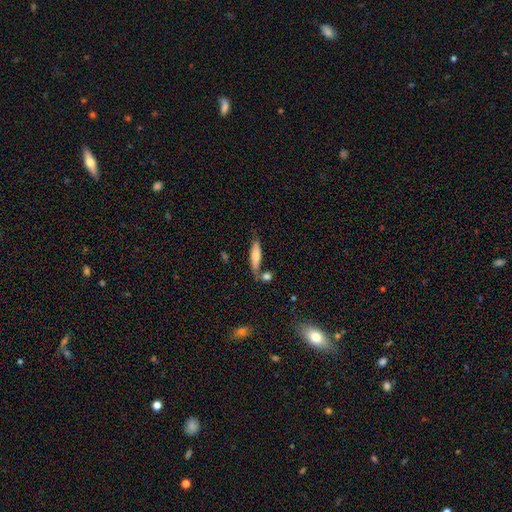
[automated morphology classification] Smooth or featured: smooth — 68% (featured or disk — 26%)
How rounded: cigar-shaped — 67% (in between — 32%)
Merging: none — 60% (minor disturbance — 18%)